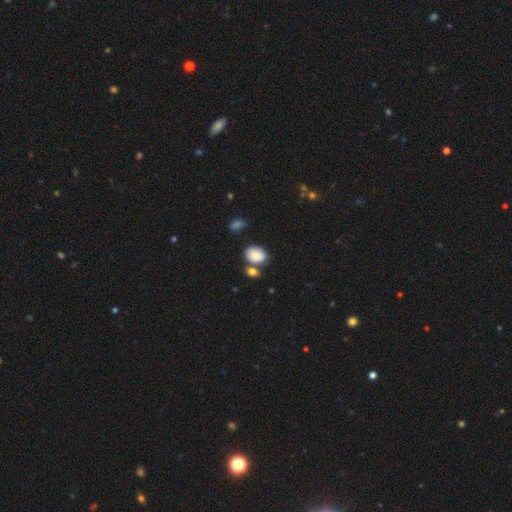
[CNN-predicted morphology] A smooth galaxy with no disk features (84%) that is in between round and cigar-shaped (67%).

Vote fractions:
- Smooth or featured? smooth: 84% / star or artifact: 8% / featured or disk: 7%
- How rounded? in between: 67% / round: 32% / cigar-shaped: 1%
- Merging? none: 62% / merger: 20% / minor disturbance: 14% / major disturbance: 4%